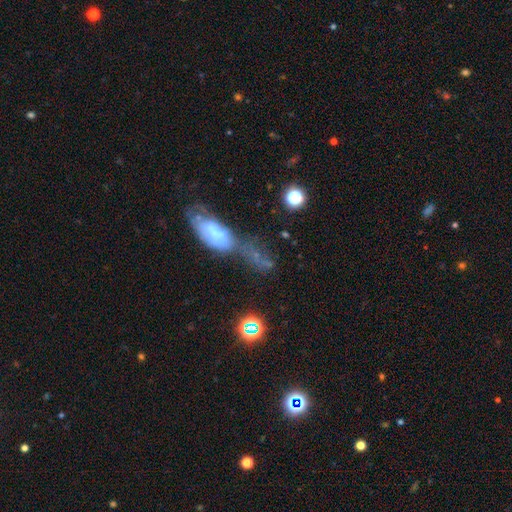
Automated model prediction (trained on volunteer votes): Smooth or featured? smooth (40%)
Merging? merger (33%)